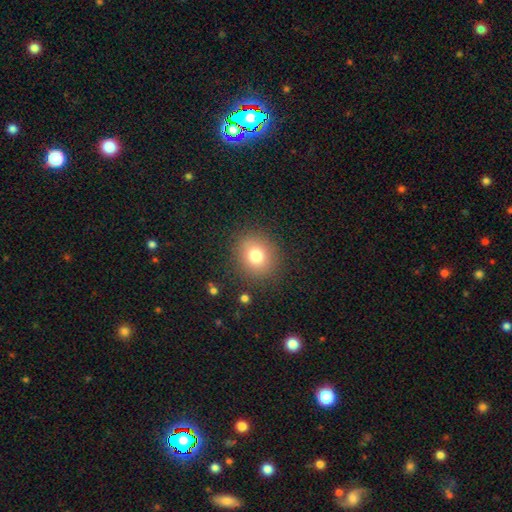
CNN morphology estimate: Smooth or featured: smooth — 77% (star or artifact — 12%)
How rounded: round — 80% (in between — 19%)
Merging: none — 87% (minor disturbance — 8%)